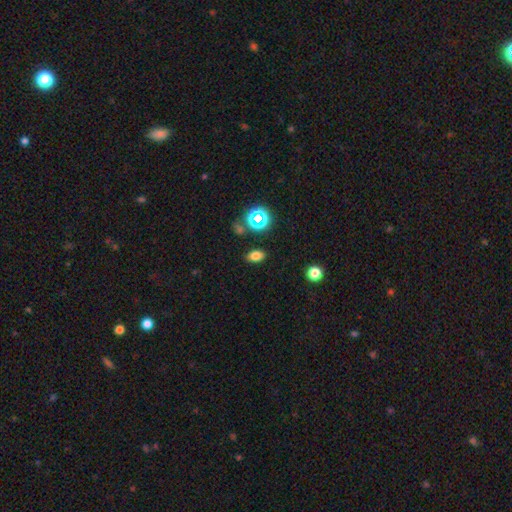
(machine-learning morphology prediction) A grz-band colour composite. It shows a smooth galaxy with no disk features (74%) that is in between round and cigar-shaped (84%). Merging: none (85%).